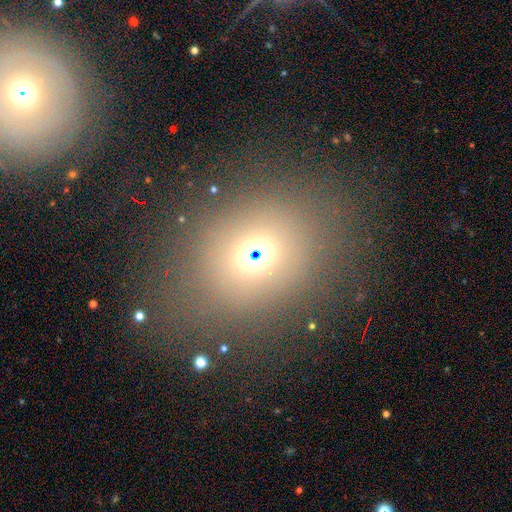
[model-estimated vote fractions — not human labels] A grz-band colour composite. It shows a smooth galaxy with no disk features (57%) that is round (55%). Merging: none (77%).